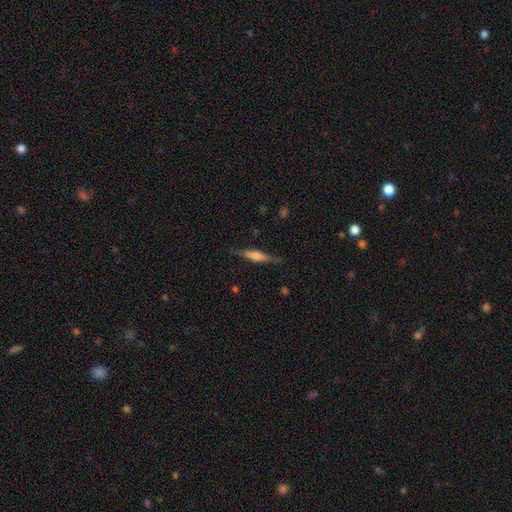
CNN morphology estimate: This is possibly a featured or disk galaxy (57%). It is clearly viewed edge-on (96%). Edge-on bulge: likely rounded (67%). Merging: clearly none (84%).